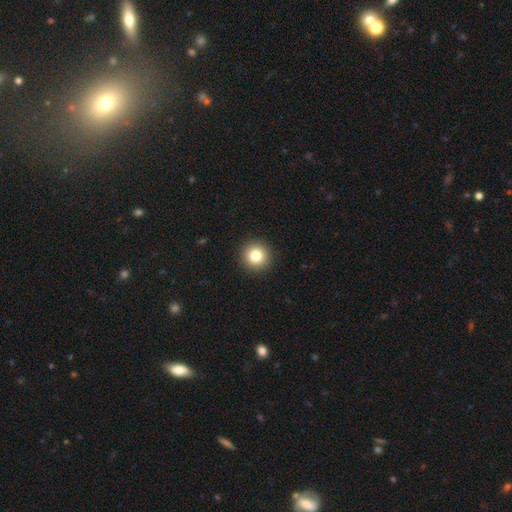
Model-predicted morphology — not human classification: smooth_or_featured: smooth (p=0.82) [alt: star or artifact p=0.11]
how_rounded: round (p=0.95) [alt: in between p=0.04]
merging: none (p=0.93) [alt: minor disturbance p=0.05]